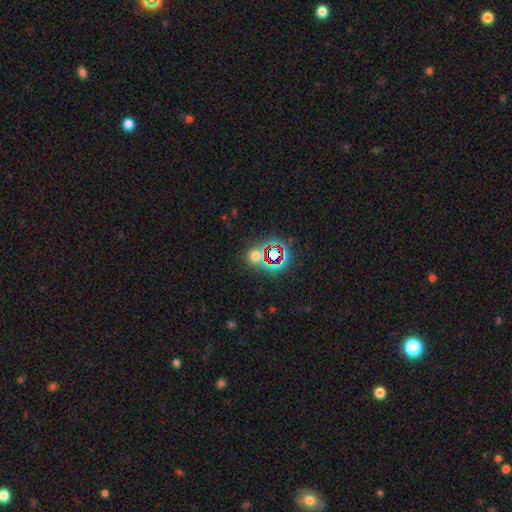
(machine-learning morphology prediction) The model was most divided on "smooth or featured": smooth: 47%, star or artifact: 45%, featured or disk: 8%. More confident: merging — none (71%).